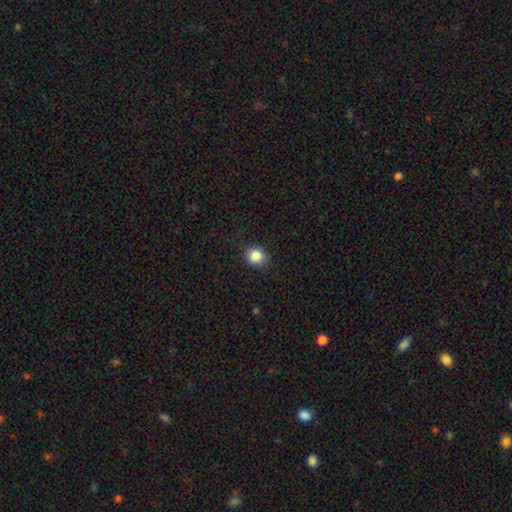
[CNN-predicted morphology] A smooth galaxy with no disk features (85%) that is round (80%). Merging: none (86%).